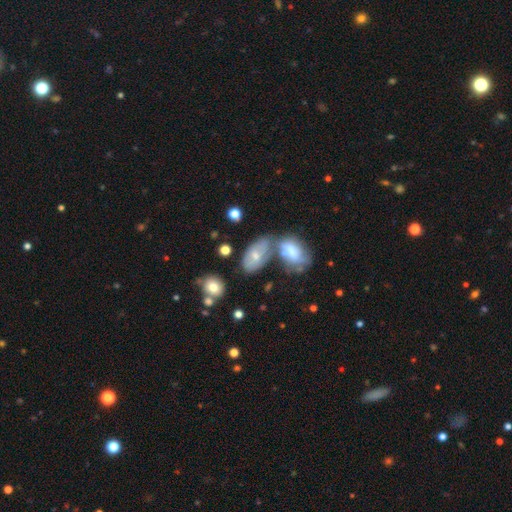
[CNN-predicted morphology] Smooth or featured? smooth (53%)
How rounded? in between (91%)
Merging? none (35%)